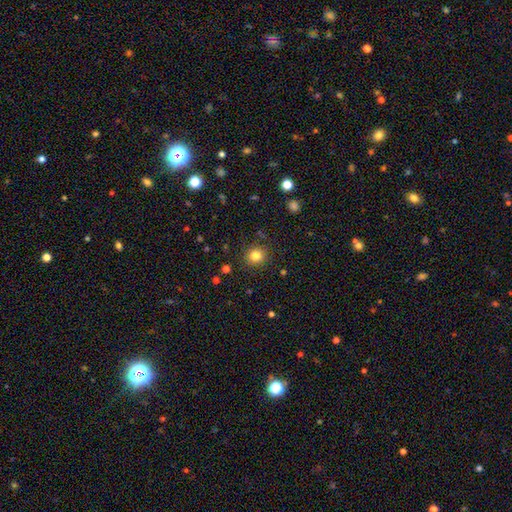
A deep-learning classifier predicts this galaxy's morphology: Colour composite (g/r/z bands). It shows a smooth galaxy with no disk features (82%) that is round (86%). Merging: none (89%).